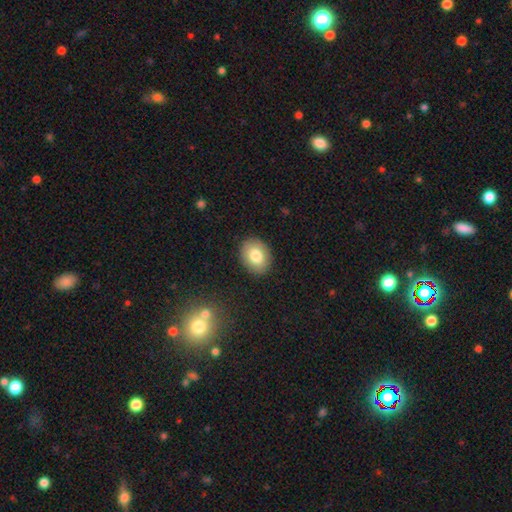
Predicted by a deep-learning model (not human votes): Overall: smooth (79%). How rounded: in between (64%; round 35%). Merging: none (88%).